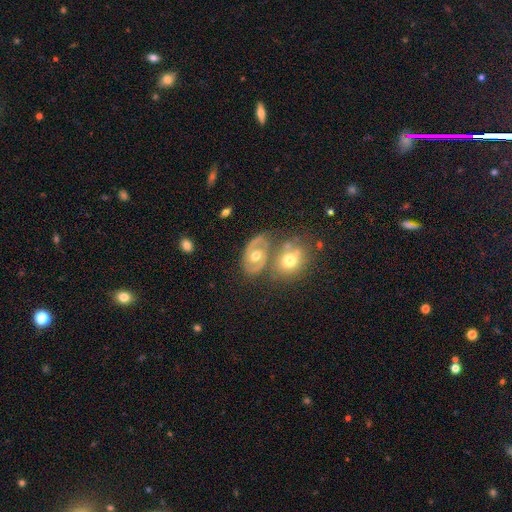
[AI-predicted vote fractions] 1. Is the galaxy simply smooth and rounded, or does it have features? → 76% featured or disk, 16% smooth, 7% star or artifact.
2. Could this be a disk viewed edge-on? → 97% no, 3% yes.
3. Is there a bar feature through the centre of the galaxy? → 63% no, 29% weak, 9% strong.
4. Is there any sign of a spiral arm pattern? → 81% yes, 19% no.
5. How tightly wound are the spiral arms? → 50% medium, 36% tight, 14% loose.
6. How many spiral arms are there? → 85% 2, 6% can't tell, 5% 1, 1% 3, 1% 4, 1% more than 4.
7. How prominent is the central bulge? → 78% moderate, 13% small, 6% large, 1% none, 1% dominant.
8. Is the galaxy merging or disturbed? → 56% none, 22% merger, 14% minor disturbance, 7% major disturbance.